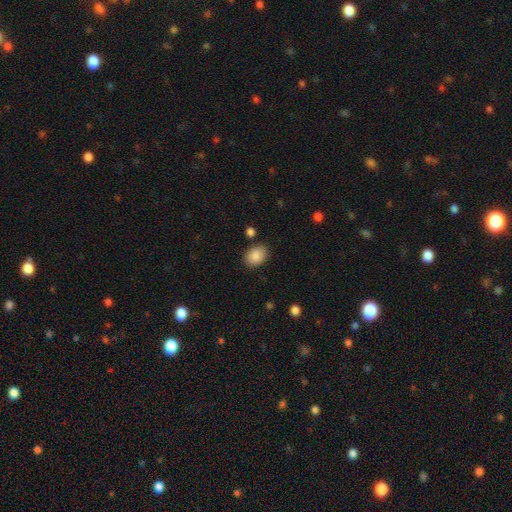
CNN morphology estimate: A smooth galaxy with no disk features (88%) that is in between round and cigar-shaped (74%). Merging: none (84%).